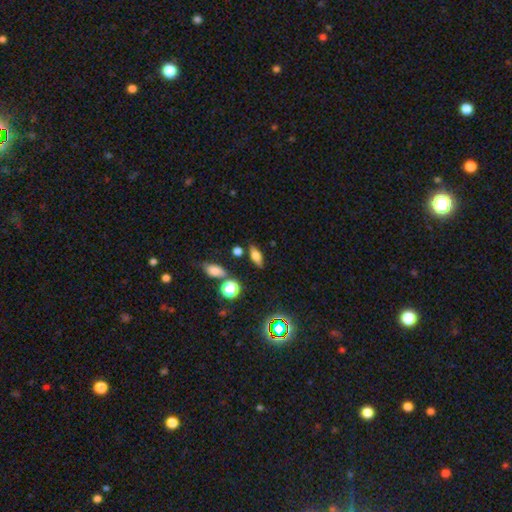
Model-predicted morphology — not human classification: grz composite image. It shows a smooth galaxy with no disk features (63%) that is in between round and cigar-shaped (68%). Merging: none (80%).